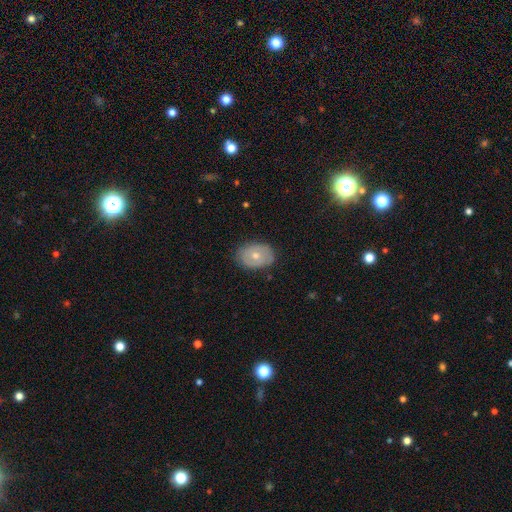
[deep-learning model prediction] A smooth galaxy with no disk features (54%) that is in between round and cigar-shaped (75%).

Vote fractions:
- Smooth or featured? smooth: 54% / featured or disk: 40% / star or artifact: 7%
- How rounded? in between: 75% / round: 24% / cigar-shaped: 1%
- Merging? none: 80% / minor disturbance: 15% / major disturbance: 3% / merger: 1%